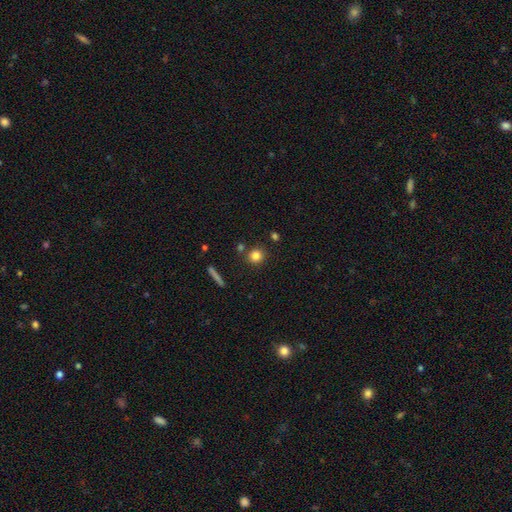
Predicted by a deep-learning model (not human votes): This is clearly a smooth galaxy (81%). How rounded: clearly round (91%). Merging: clearly none (83%).